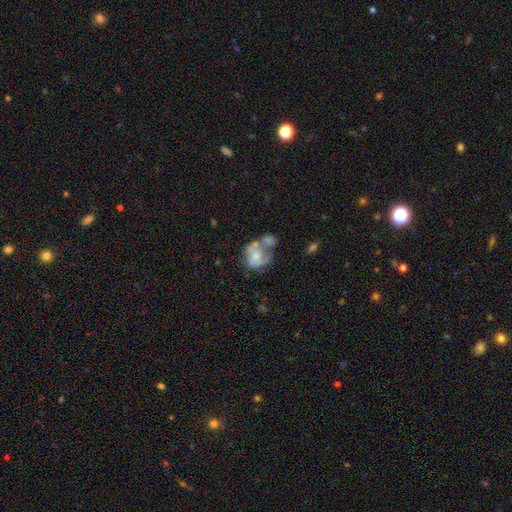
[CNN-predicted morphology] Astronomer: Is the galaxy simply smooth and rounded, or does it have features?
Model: featured or disk — 51% (runner-up: smooth, 40%).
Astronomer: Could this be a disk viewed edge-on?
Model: no — 98%.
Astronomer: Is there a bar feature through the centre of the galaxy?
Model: no — 81%.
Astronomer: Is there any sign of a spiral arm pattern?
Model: no — 56% (runner-up: yes, 44%).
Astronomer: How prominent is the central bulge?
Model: moderate — 32% (runner-up: small, 31%).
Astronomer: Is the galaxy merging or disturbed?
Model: merger — 42% (runner-up: major disturbance, 23%).